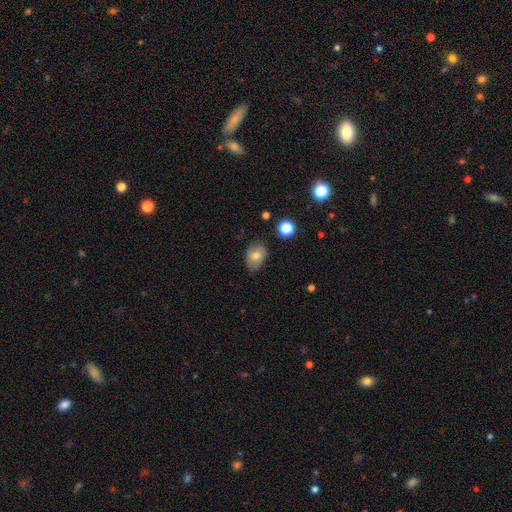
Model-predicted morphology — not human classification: Smooth or featured: smooth — 69% (featured or disk — 21%)
How rounded: in between — 72% (round — 27%)
Merging: none — 77% (minor disturbance — 18%)